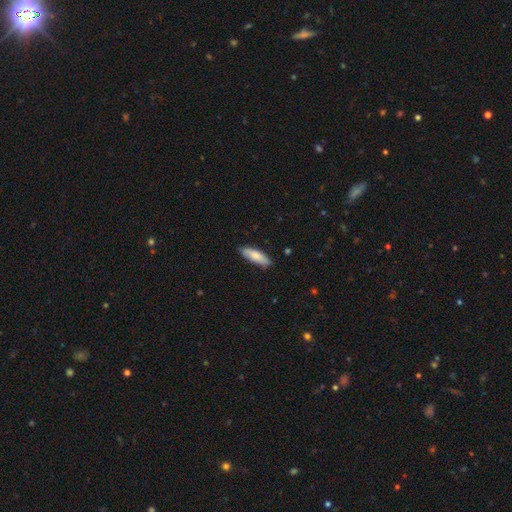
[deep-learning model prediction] Overall: smooth (80%). How rounded: in between (49%, tied with cigar-shaped). Merging: none (83%).